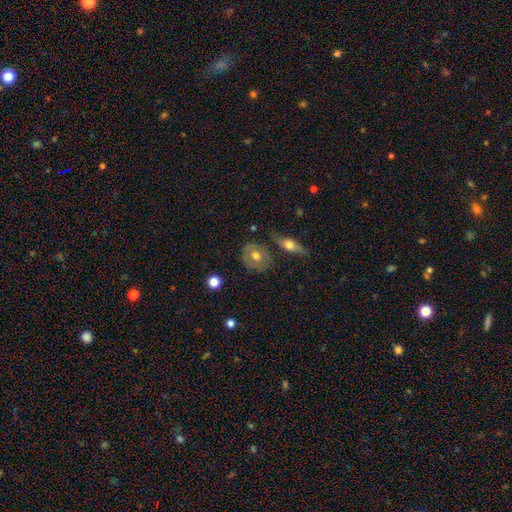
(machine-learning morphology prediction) Smooth or featured? smooth (58%)
How rounded? round (70%)
Merging? none (73%)